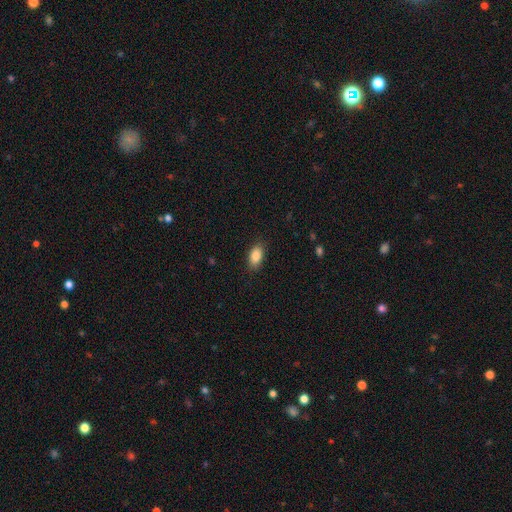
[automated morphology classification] Smooth or featured: smooth — 87% (star or artifact — 7%)
How rounded: in between — 91% (round — 7%)
Merging: none — 86% (minor disturbance — 11%)